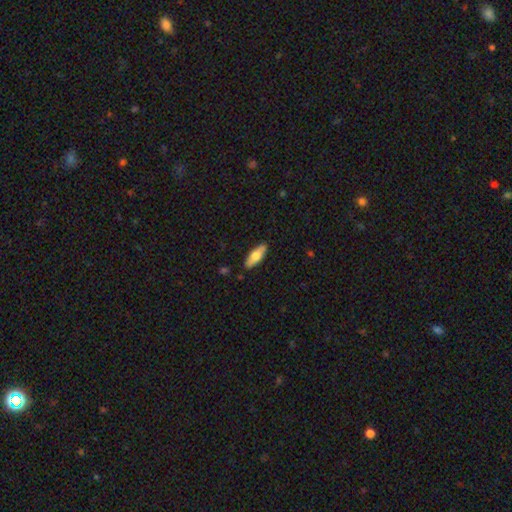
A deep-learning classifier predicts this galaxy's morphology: smooth-or-featured: smooth: 63% | featured or disk: 31% | star or artifact: 5%
  how-rounded: in between: 62% | cigar-shaped: 36% | round: 2%
  merging: none: 87% | minor disturbance: 9% | major disturbance: 2% | merger: 1%